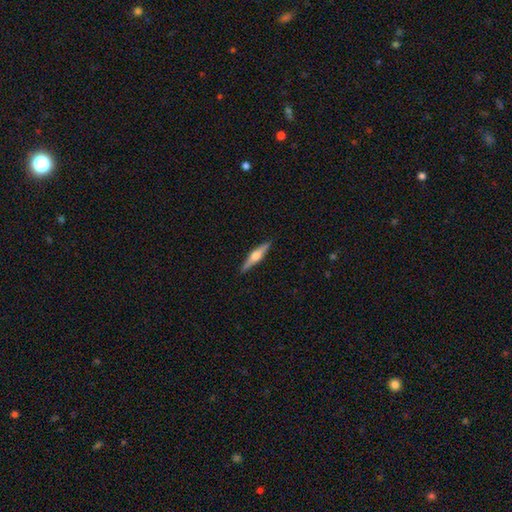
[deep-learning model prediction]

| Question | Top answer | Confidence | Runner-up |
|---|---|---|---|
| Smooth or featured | featured or disk | 69% | smooth (26%) |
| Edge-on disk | yes | 98% | no (2%) |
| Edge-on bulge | rounded | 89% | boxy (8%) |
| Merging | none | 91% | minor disturbance (7%) |